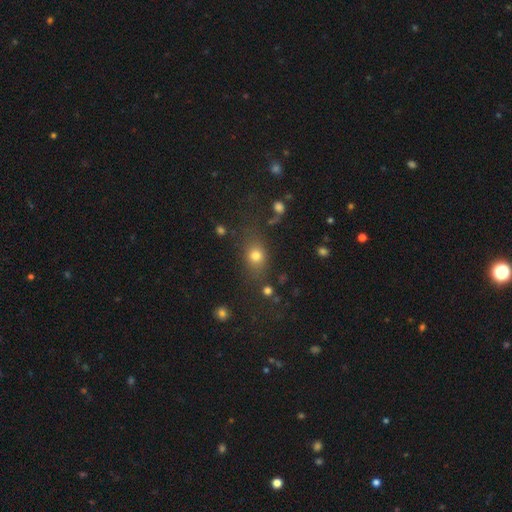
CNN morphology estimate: This is likely a smooth galaxy (75%). How rounded: possibly round (49%). Merging: likely none (72%).